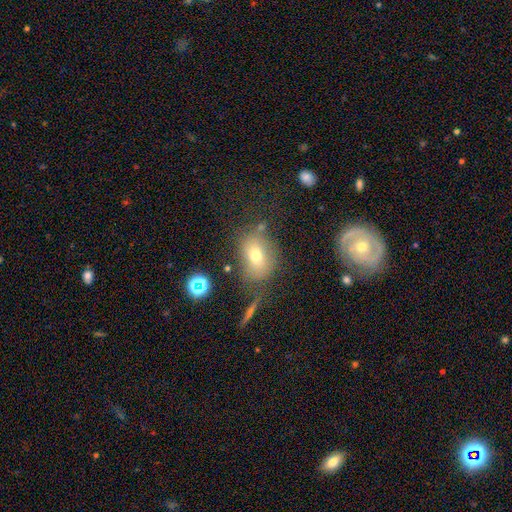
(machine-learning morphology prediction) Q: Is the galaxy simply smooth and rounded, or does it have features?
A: smooth — 69%.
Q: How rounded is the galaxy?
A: in between — 61%.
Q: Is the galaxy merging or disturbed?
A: none — 67%.